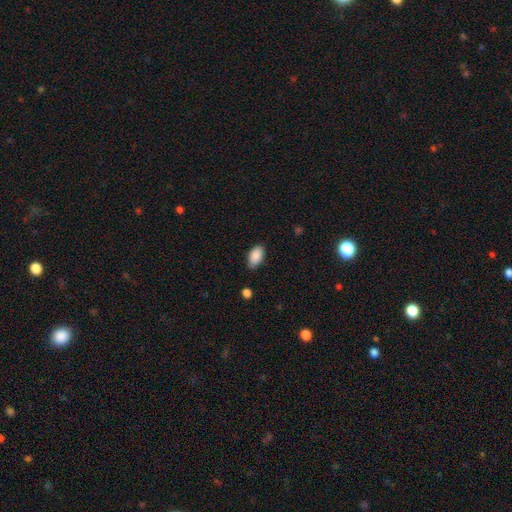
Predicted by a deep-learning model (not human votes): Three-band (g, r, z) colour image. It shows a smooth galaxy with no disk features (89%) that is in between round and cigar-shaped (93%). Merging: none (79%).